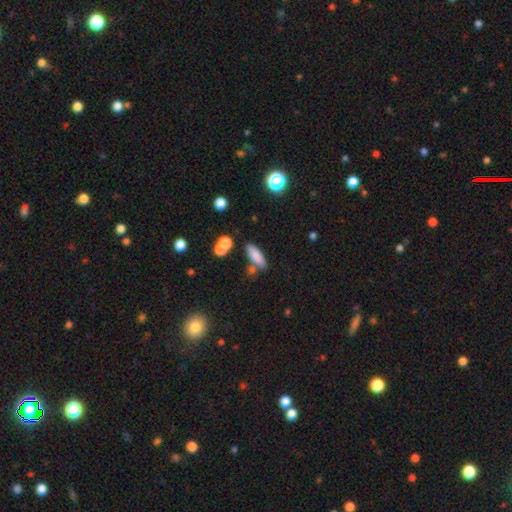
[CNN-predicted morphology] This appears to be a smooth galaxy with no disk features (80%) that is in between round and cigar-shaped (60%). Merging: none (67%).